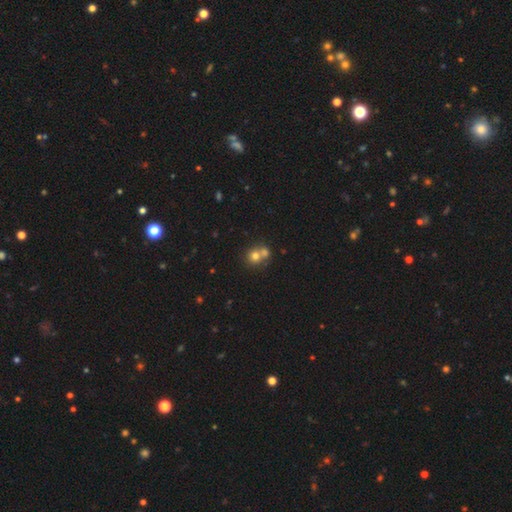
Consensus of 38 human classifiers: A smooth galaxy with no disk features (82%) that is round (90%). Merging: merger (54%).